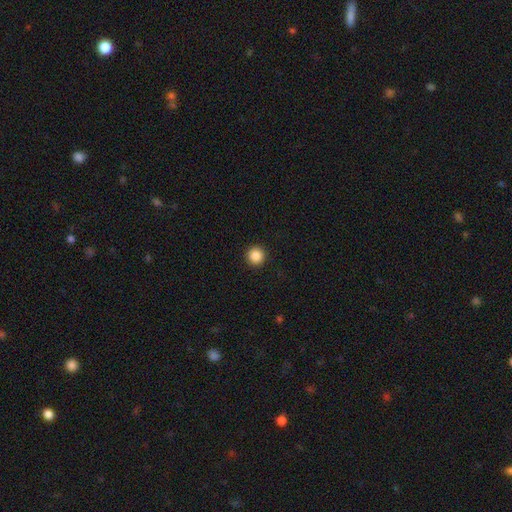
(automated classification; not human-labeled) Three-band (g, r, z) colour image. It shows a smooth galaxy with no disk features (87%) that is round (96%). Merging: none (93%).